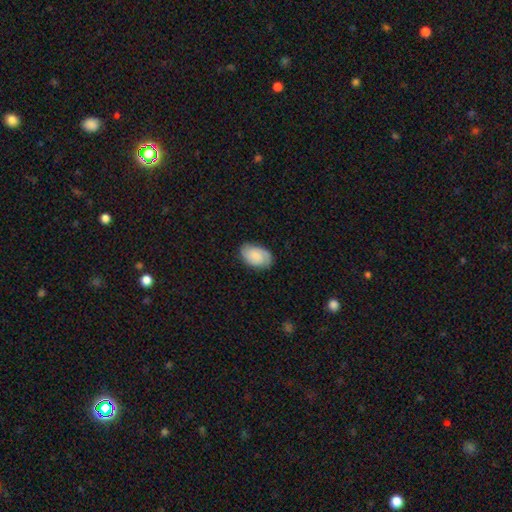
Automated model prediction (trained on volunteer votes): A smooth galaxy with no disk features (60%) that is in between round and cigar-shaped (90%). Merging: none (78%).